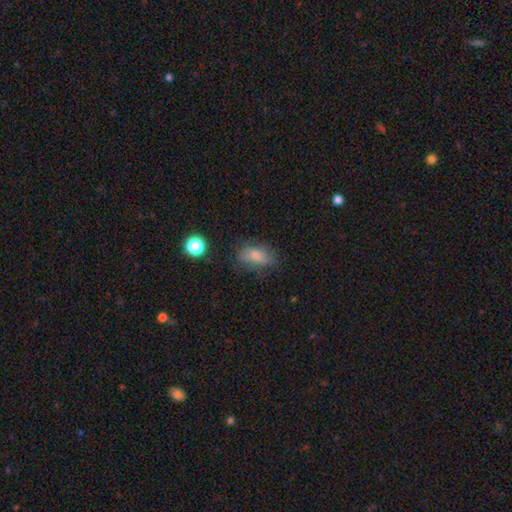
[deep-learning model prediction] Q: Smooth or featured?
A: smooth (77%); runner-up: featured or disk (12%)
Q: How rounded?
A: in between (85%); runner-up: round (11%)
Q: Merging?
A: none (60%); runner-up: minor disturbance (26%)